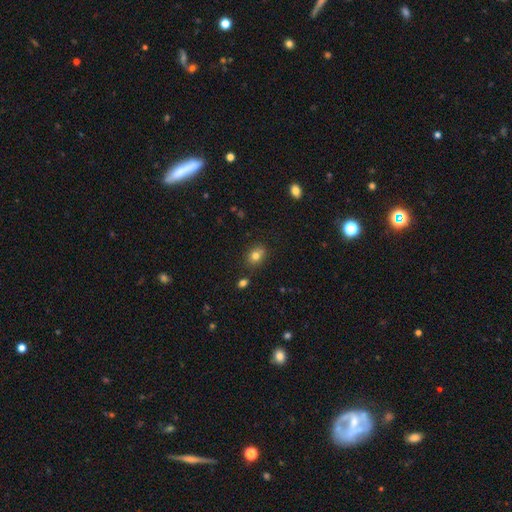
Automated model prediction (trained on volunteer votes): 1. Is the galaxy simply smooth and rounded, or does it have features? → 78% smooth, 12% star or artifact, 10% featured or disk.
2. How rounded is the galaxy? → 57% in between, 41% round, 1% cigar-shaped.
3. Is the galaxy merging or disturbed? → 76% none, 15% minor disturbance, 6% merger, 3% major disturbance.